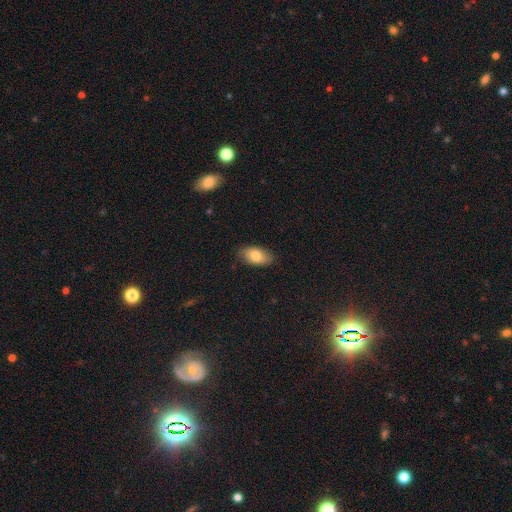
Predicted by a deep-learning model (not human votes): Smooth or featured? smooth (77%)
How rounded? in between (93%)
Merging? none (84%)